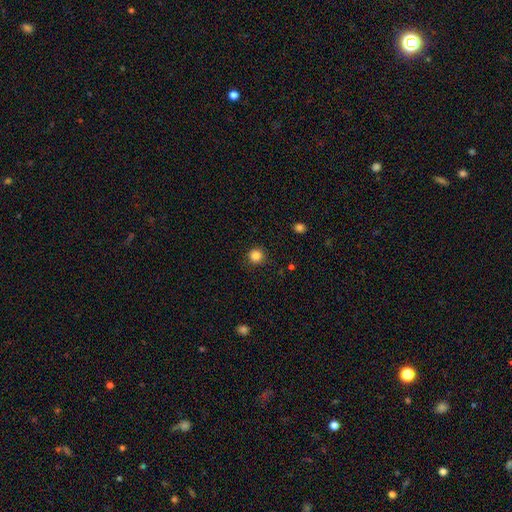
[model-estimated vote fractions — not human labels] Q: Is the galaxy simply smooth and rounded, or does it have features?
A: smooth — 85%.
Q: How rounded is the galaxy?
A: round — 94%.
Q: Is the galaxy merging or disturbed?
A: none — 90%.